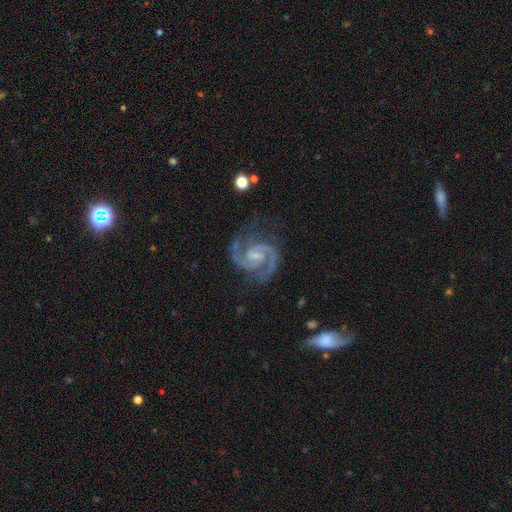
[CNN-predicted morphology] type=featured or disk (94%); edge-on=no (98%); bar=weak (52%); spiral arms=yes (99%); winding=medium (59%); arm count=2 (93%); bulge=small (55%); merging=none (76%).